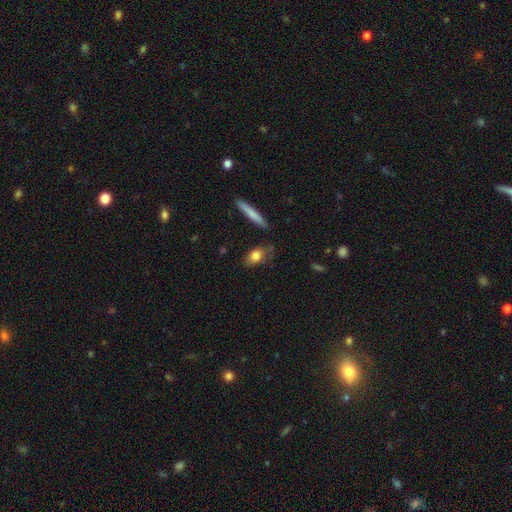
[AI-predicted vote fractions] Q: Smooth or featured?
A: smooth (77%); runner-up: featured or disk (16%)
Q: How rounded?
A: in between (74%); runner-up: cigar-shaped (14%)
Q: Merging?
A: none (68%); runner-up: minor disturbance (22%)